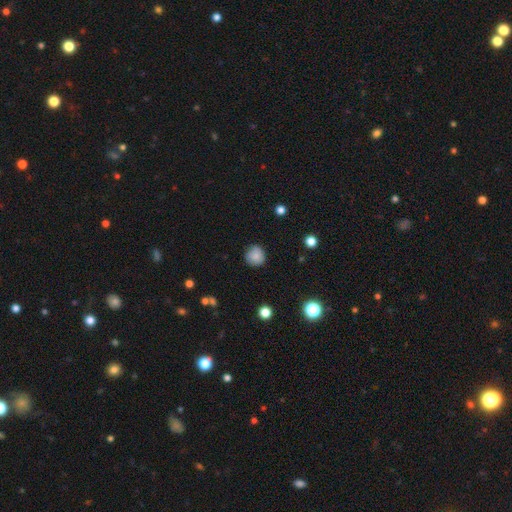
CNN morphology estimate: Overall: smooth (80%). How rounded: round (91%). Merging: none (79%).